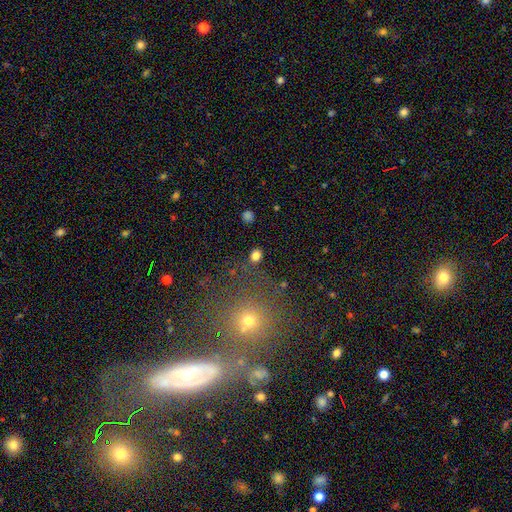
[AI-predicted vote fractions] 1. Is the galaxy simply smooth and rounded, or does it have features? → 80% smooth, 15% star or artifact, 5% featured or disk.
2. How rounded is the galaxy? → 72% round, 27% in between, 1% cigar-shaped.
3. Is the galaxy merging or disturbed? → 85% none, 8% minor disturbance, 4% major disturbance, 3% merger.